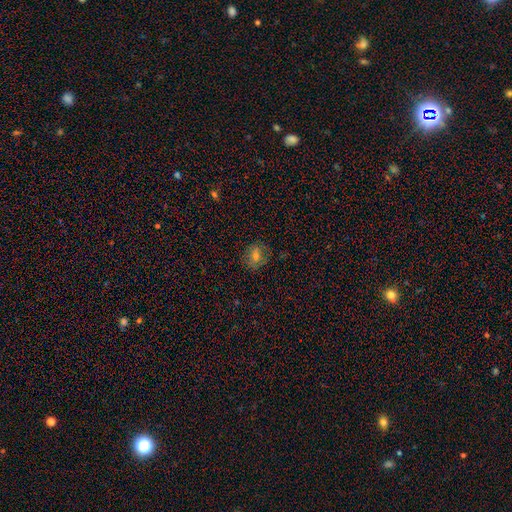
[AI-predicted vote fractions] smooth-or-featured: smooth: 54% | featured or disk: 26% | star or artifact: 20%
  how-rounded: round: 68% | in between: 30% | cigar-shaped: 1%
  merging: none: 80% | minor disturbance: 14% | major disturbance: 5% | merger: 1%